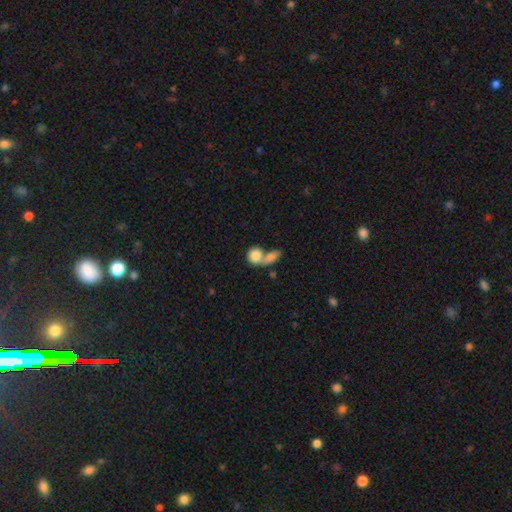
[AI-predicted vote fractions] smooth 83%, featured or disk 10%, star or artifact 7%. Down the decision tree: how rounded — round (62%); merging — merger (60%).